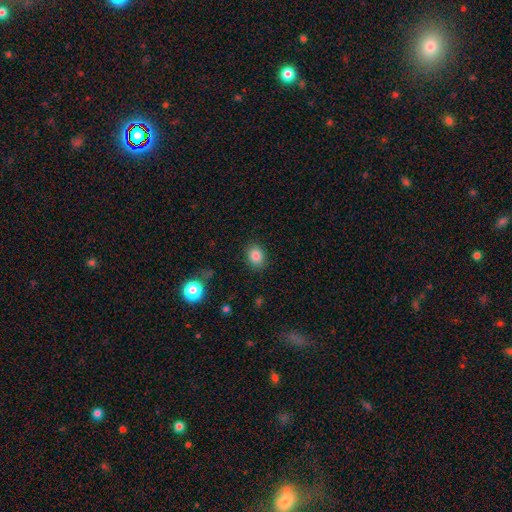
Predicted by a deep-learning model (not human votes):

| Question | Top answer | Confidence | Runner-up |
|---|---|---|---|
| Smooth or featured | smooth | 85% | star or artifact (10%) |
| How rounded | in between | 50% | round (49%) |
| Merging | none | 86% | minor disturbance (10%) |